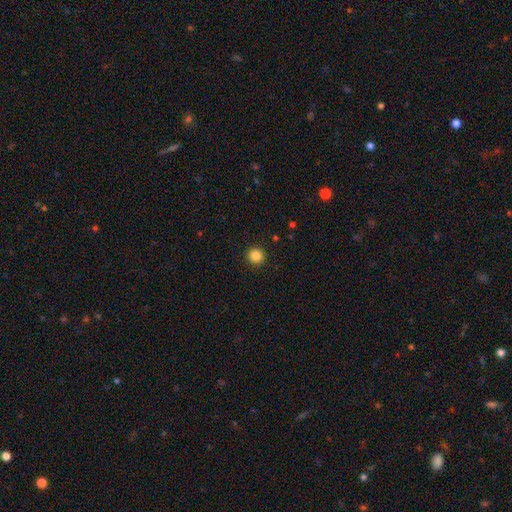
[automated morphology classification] This is clearly a smooth galaxy (84%). How rounded: clearly round (96%). Merging: clearly none (93%).